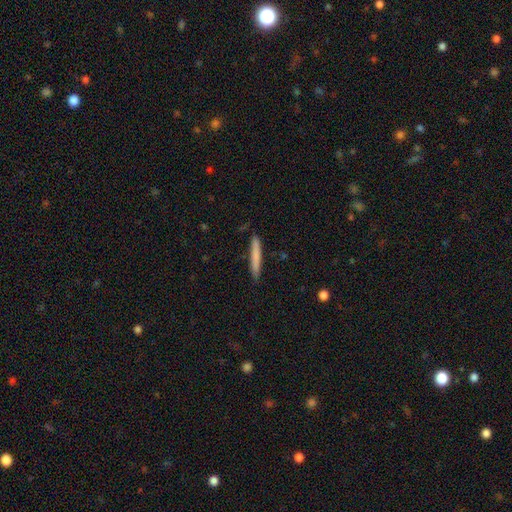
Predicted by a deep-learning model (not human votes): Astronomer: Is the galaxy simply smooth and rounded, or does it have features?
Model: smooth — 73%.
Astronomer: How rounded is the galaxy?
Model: cigar-shaped — 96%.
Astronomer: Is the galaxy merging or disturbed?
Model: none — 87%.